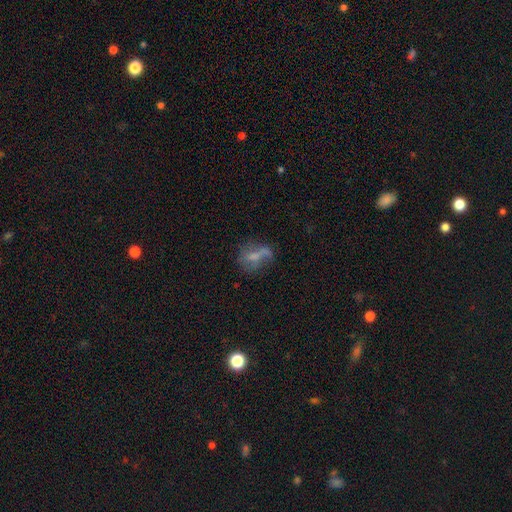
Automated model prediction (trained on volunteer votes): A smooth galaxy with no disk features (45%). Merging: none (37%).